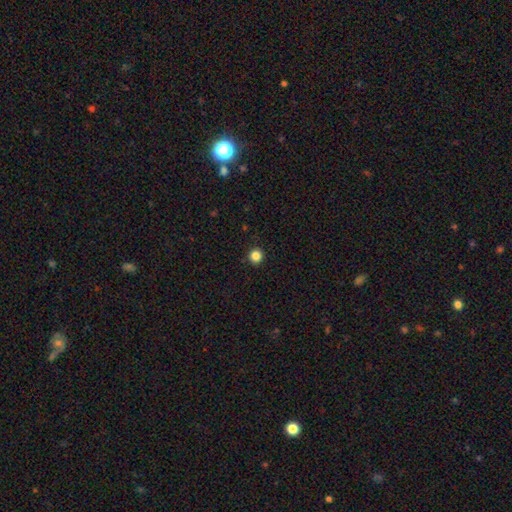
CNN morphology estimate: Q: Smooth or featured?
A: smooth (85%); runner-up: star or artifact (12%)
Q: How rounded?
A: round (95%); runner-up: in between (4%)
Q: Merging?
A: none (93%); runner-up: minor disturbance (5%)